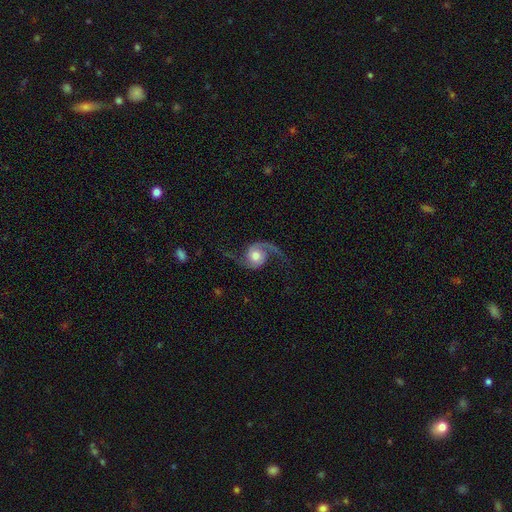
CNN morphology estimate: type=featured or disk (89%); edge-on=no (97%); bar=no (72%); spiral arms=yes (98%); winding=loose (70%); arm count=2 (94%); bulge=moderate (56%); merging=none (75%).